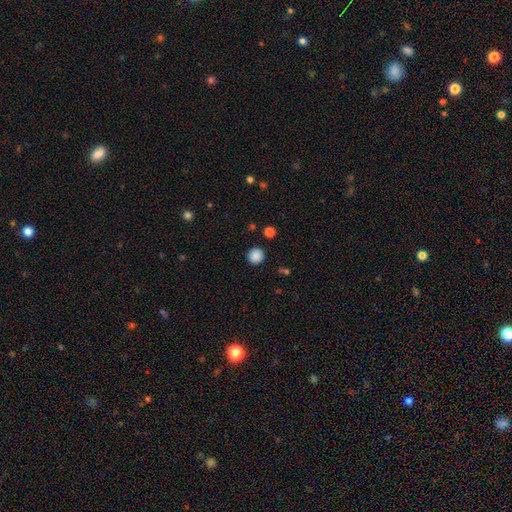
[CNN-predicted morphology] The model was most divided on "smooth or featured": smooth: 87%, star or artifact: 10%, featured or disk: 3%. More confident: how rounded — round (94%); merging — none (90%).